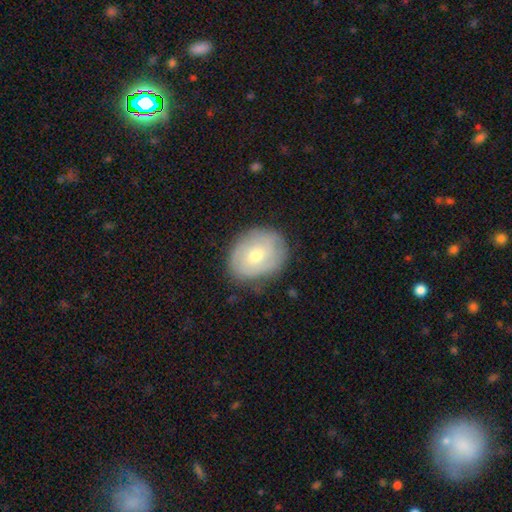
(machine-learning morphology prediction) The model was most divided on "smooth or featured": smooth: 48%, featured or disk: 45%, star or artifact: 7%. More confident: merging — none (78%).